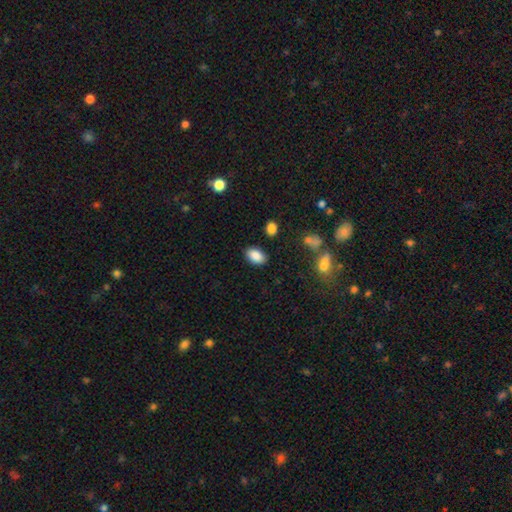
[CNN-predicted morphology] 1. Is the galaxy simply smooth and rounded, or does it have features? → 88% smooth, 8% star or artifact, 4% featured or disk.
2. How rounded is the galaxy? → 88% in between, 10% round, 1% cigar-shaped.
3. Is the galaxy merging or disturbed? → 86% none, 9% minor disturbance, 3% major disturbance, 2% merger.